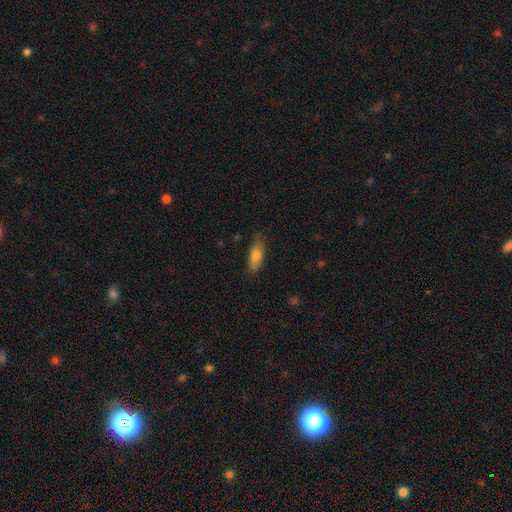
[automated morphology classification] type=smooth (71%); roundness=in between (53%); merging=none (80%).